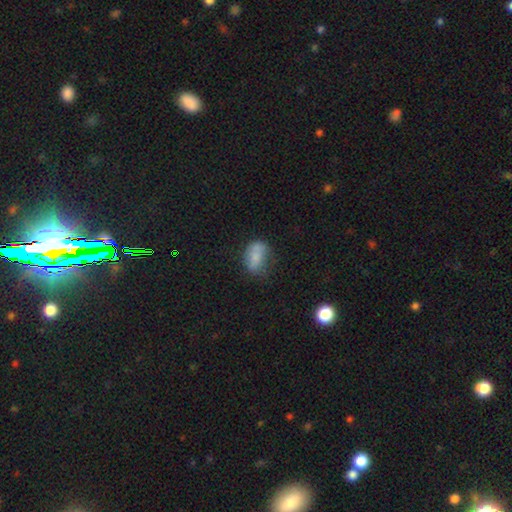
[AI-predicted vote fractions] Smooth or featured? smooth (76%)
How rounded? in between (83%)
Merging? none (49%)